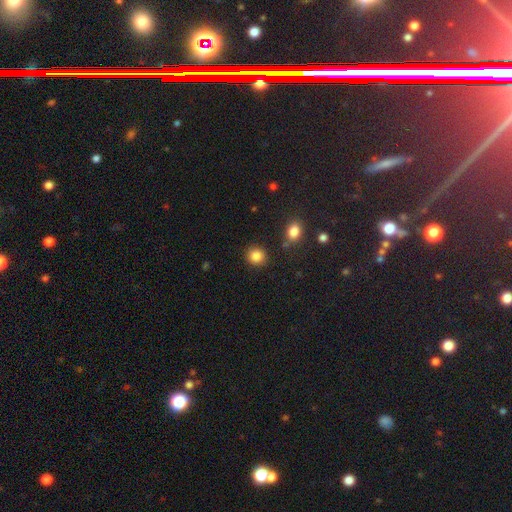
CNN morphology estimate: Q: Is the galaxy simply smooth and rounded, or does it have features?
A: smooth — 86%.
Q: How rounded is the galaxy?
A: round — 86%.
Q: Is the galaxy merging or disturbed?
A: none — 87%.